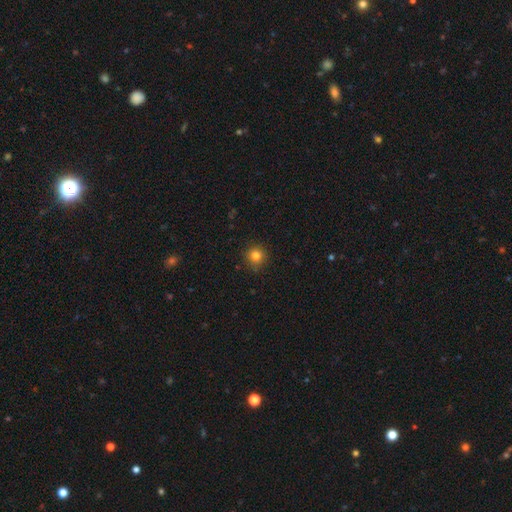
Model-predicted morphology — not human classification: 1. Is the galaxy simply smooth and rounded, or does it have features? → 82% smooth, 13% star or artifact, 5% featured or disk.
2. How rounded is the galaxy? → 94% round, 5% in between, 1% cigar-shaped.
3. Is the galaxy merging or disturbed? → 89% none, 7% minor disturbance, 2% major disturbance, 1% merger.